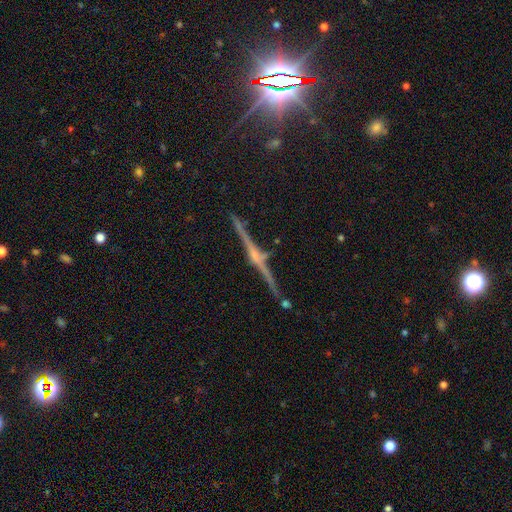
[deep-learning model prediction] Smooth or featured: featured or disk — 82% (star or artifact — 10%)
Edge-on disk: yes — 98% (no — 2%)
Edge-on bulge: rounded — 80% (boxy — 11%)
Merging: none — 85% (minor disturbance — 9%)